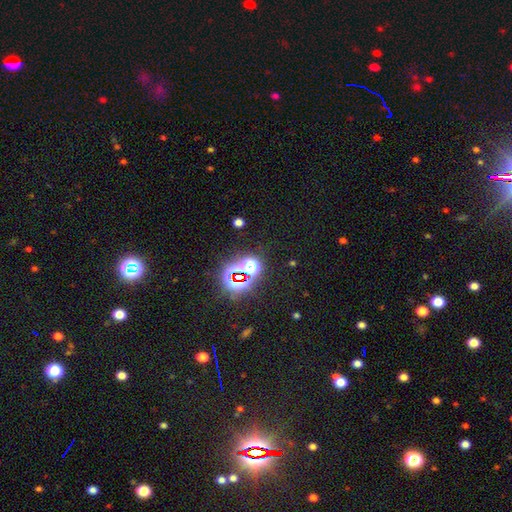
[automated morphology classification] Smooth or featured: star or artifact — 77% (smooth — 14%)